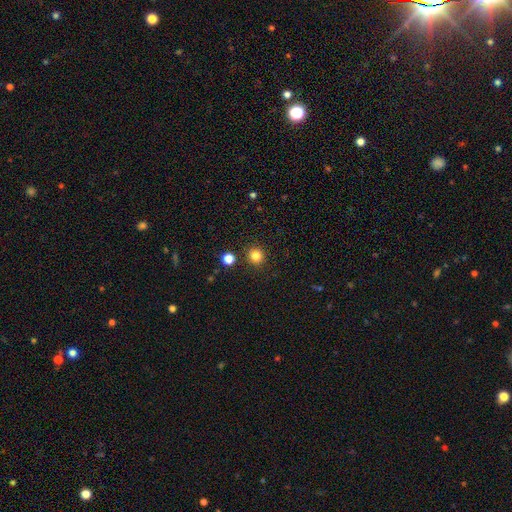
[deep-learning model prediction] Smooth or featured: smooth — 82% (star or artifact — 13%)
How rounded: round — 94% (in between — 5%)
Merging: none — 90% (minor disturbance — 5%)